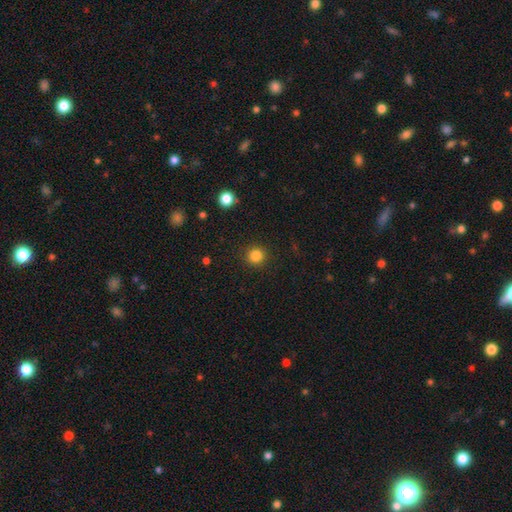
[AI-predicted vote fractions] smooth-or-featured: smooth: 84% | star or artifact: 12% | featured or disk: 4%
  how-rounded: round: 94% | in between: 5% | cigar-shaped: 1%
  merging: none: 91% | minor disturbance: 5% | major disturbance: 2% | merger: 1%